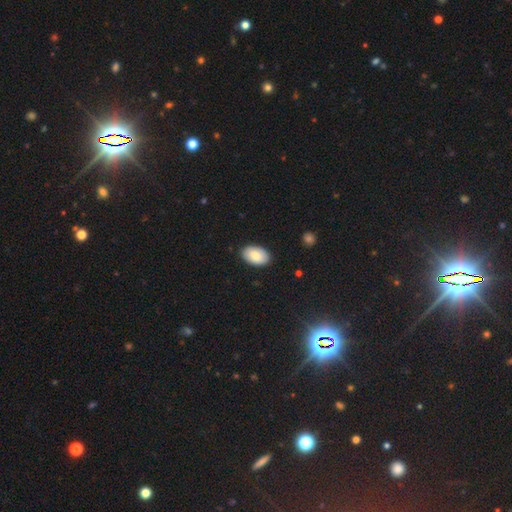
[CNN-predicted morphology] Overall: smooth (83%). How rounded: in between (94%). Merging: none (88%).